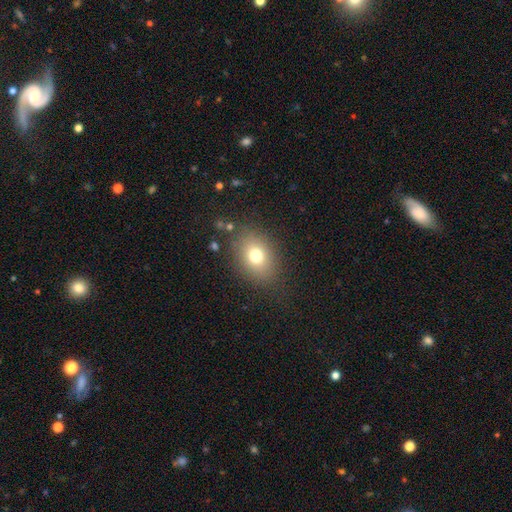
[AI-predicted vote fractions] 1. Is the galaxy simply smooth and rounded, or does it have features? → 75% smooth, 13% featured or disk, 13% star or artifact.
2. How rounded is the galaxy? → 63% in between, 36% round, 1% cigar-shaped.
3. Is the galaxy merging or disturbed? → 82% none, 11% minor disturbance, 5% major disturbance, 2% merger.